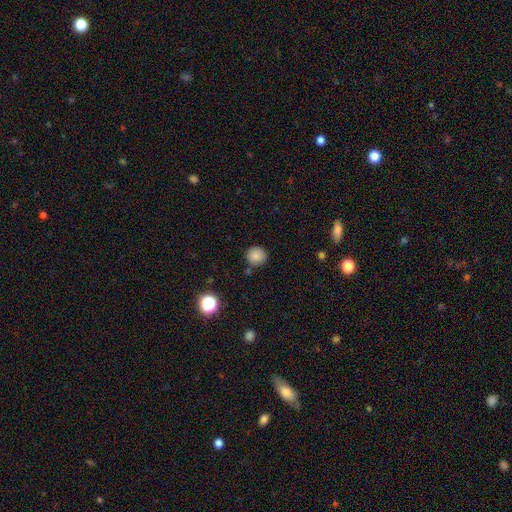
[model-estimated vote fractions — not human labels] This appears to be a smooth galaxy with no disk features (81%) that is round (90%). Merging: none (82%).